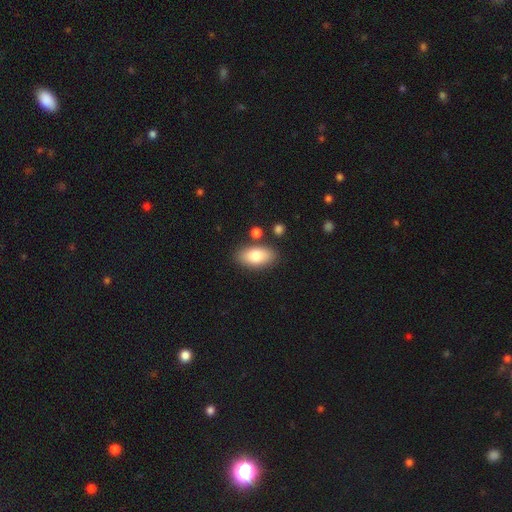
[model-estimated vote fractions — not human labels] Q: Smooth or featured?
A: smooth (79%); runner-up: featured or disk (15%)
Q: How rounded?
A: in between (92%); runner-up: round (5%)
Q: Merging?
A: none (82%); runner-up: minor disturbance (10%)